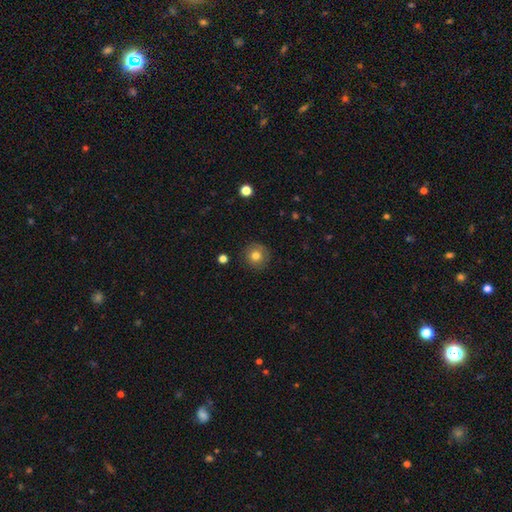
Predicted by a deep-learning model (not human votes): This is likely a smooth galaxy (76%). How rounded: clearly round (93%). Merging: clearly none (87%).